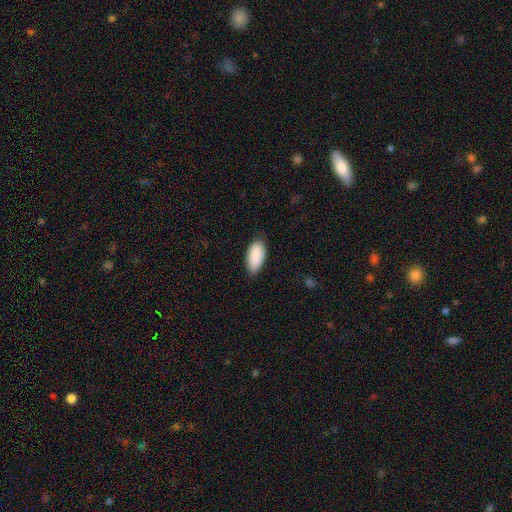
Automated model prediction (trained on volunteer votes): Smooth or featured: smooth — 90% (star or artifact — 6%)
How rounded: in between — 93% (cigar-shaped — 5%)
Merging: none — 81% (minor disturbance — 16%)